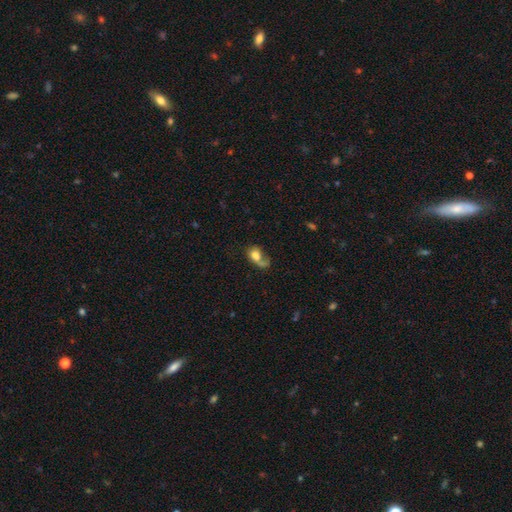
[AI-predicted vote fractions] smooth_or_featured: smooth (p=0.70) [alt: featured or disk p=0.20]
how_rounded: in between (p=0.65) [alt: round p=0.33]
merging: major disturbance (p=0.31) [alt: none p=0.29]